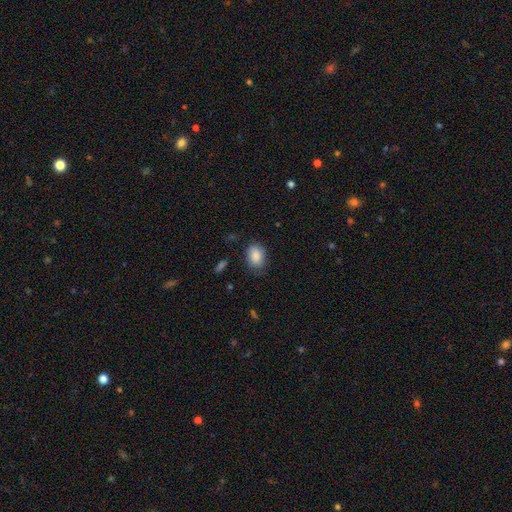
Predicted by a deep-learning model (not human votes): smooth-or-featured: smooth: 86% | star or artifact: 7% | featured or disk: 6%
  how-rounded: in between: 74% | round: 24% | cigar-shaped: 1%
  merging: none: 72% | minor disturbance: 22% | major disturbance: 5% | merger: 2%